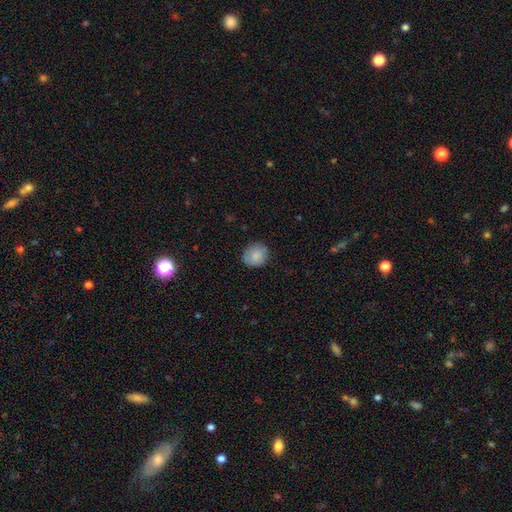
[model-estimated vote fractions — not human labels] Smooth or featured?
  - smooth: 85% *
  - featured or disk: 8%
  - star or artifact: 8%
How rounded?
  - round: 80% *
  - in between: 19%
  - cigar-shaped: 1%
Merging?
  - none: 81% *
  - minor disturbance: 15%
  - major disturbance: 3%
  - merger: 1%